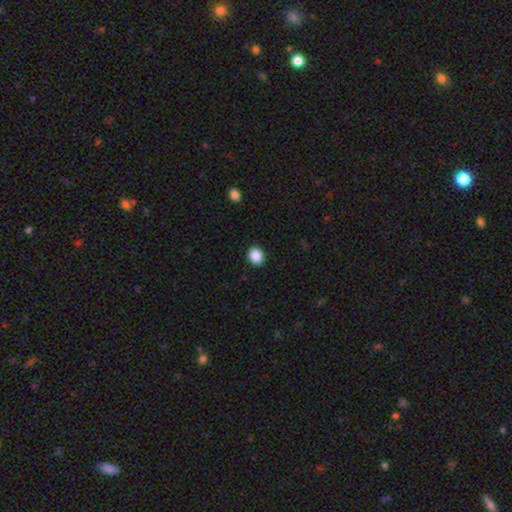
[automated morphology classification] This is clearly a smooth galaxy (89%). How rounded: possibly round (58%). Merging: clearly none (91%).